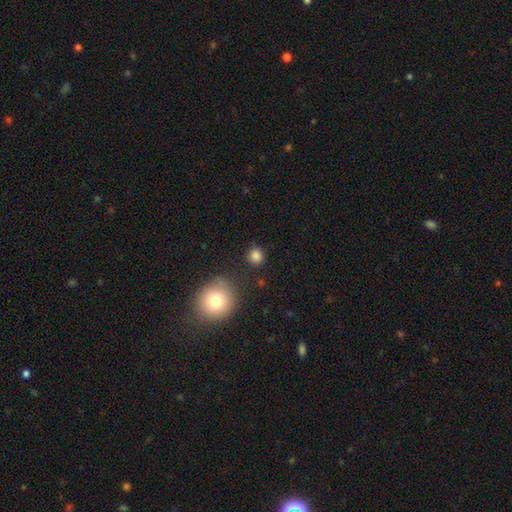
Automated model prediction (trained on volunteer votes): Smooth or featured?
  - smooth: 83% *
  - star or artifact: 12%
  - featured or disk: 5%
How rounded?
  - round: 90% *
  - in between: 9%
  - cigar-shaped: 1%
Merging?
  - none: 85% *
  - minor disturbance: 9%
  - merger: 3%
  - major disturbance: 3%